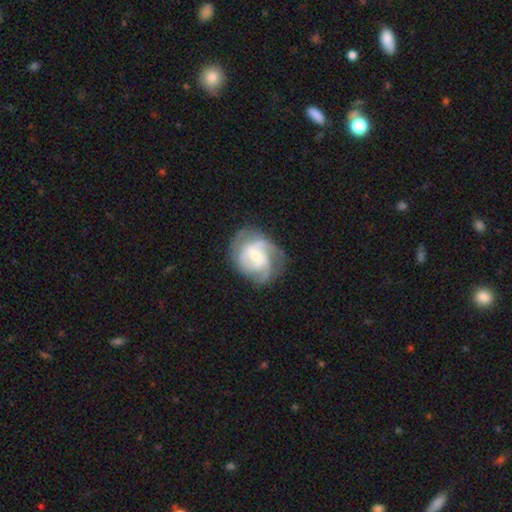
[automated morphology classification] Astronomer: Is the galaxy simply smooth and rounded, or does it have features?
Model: featured or disk — 82%.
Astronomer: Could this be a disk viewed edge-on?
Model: no — 98%.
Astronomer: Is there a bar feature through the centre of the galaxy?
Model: no — 46% (runner-up: weak, 44%).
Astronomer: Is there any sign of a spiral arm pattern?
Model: yes — 95%.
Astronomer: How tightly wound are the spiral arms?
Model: medium — 45% (runner-up: tight, 41%).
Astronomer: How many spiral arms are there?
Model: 3 — 40% (runner-up: 2, 23%).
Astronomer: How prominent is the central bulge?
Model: small — 49% (runner-up: moderate, 43%).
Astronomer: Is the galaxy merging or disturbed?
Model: none — 69%.